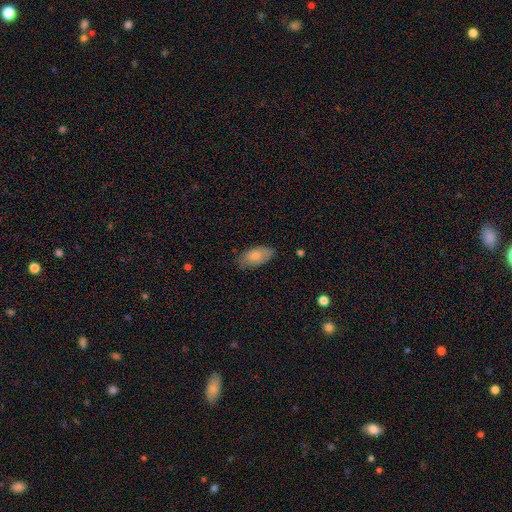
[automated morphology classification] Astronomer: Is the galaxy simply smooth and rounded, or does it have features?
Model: smooth — 77%.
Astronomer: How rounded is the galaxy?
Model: in between — 93%.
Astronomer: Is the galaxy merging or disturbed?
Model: none — 74%.